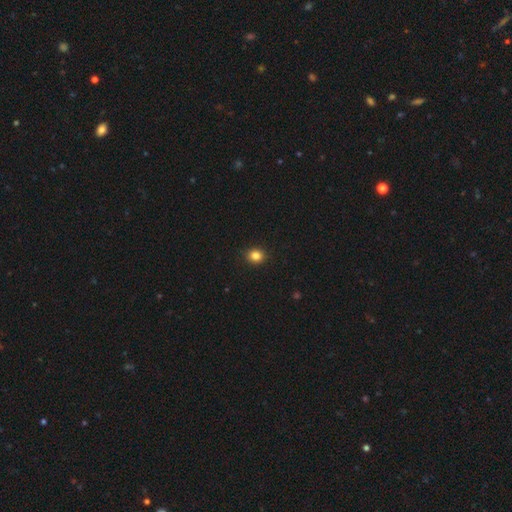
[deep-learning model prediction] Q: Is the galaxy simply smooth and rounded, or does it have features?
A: smooth — 84%.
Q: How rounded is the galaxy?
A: round — 80%.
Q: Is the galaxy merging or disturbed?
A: none — 92%.